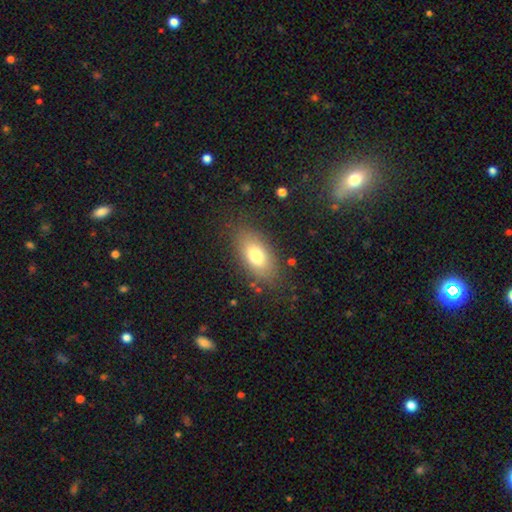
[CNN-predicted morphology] type=smooth (74%); roundness=in between (88%); merging=none (81%).